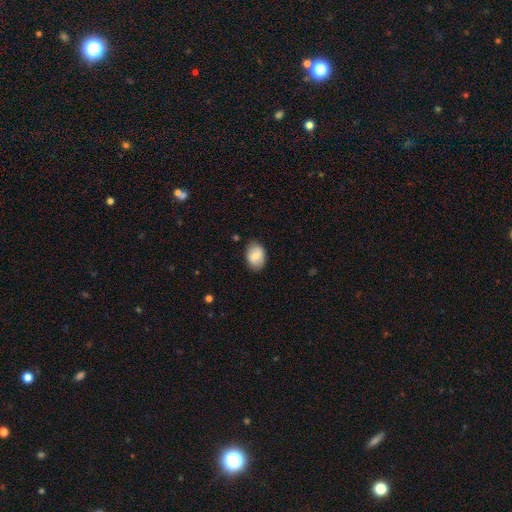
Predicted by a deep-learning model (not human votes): smooth-or-featured: smooth: 76% | featured or disk: 17% | star or artifact: 7%
  how-rounded: in between: 78% | round: 21% | cigar-shaped: 1%
  merging: none: 83% | minor disturbance: 13% | major disturbance: 3% | merger: 1%